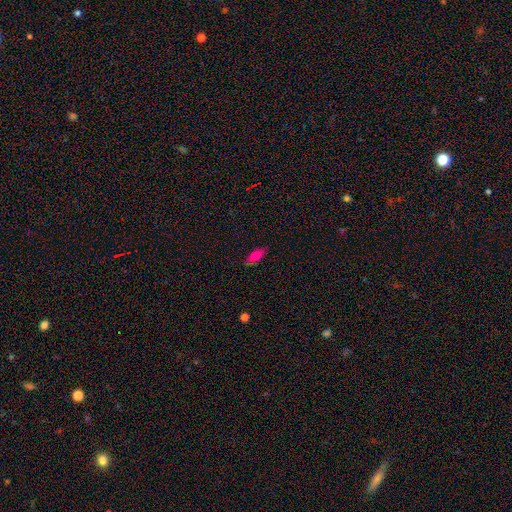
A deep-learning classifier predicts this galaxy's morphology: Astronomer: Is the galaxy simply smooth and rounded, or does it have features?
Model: smooth — 72%.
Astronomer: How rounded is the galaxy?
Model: in between — 76%.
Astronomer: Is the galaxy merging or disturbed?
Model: none — 85%.